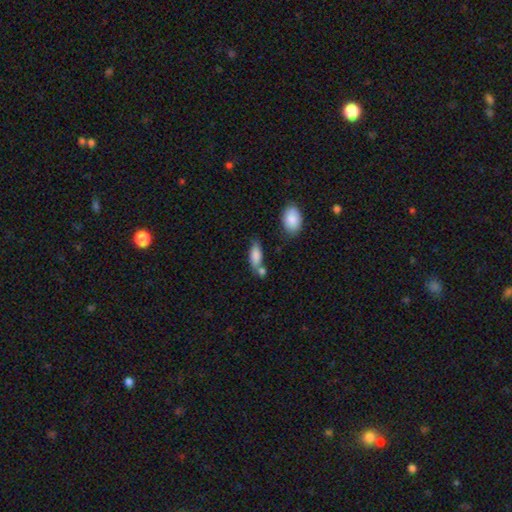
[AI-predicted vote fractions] Smooth or featured: smooth — 82% (featured or disk — 10%)
How rounded: in between — 78% (cigar-shaped — 19%)
Merging: none — 52% (merger — 24%)